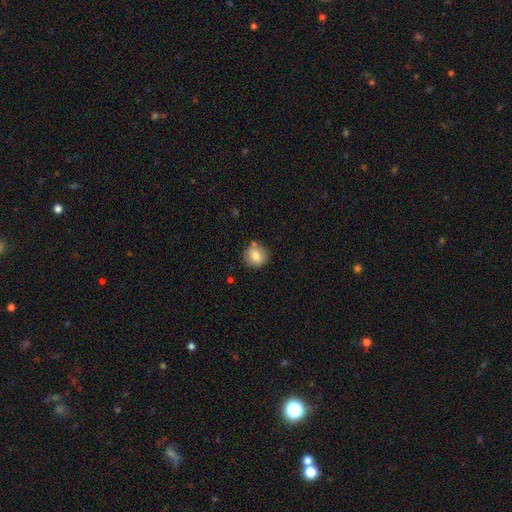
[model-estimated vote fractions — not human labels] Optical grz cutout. It shows a smooth galaxy with no disk features (82%) that is round (86%). Merging: none (77%).